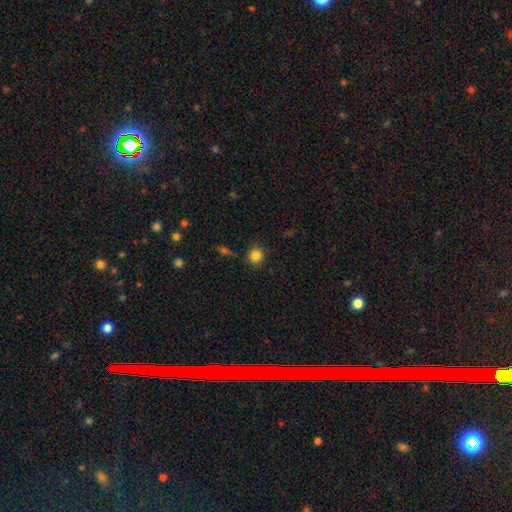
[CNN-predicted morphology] Smooth or featured?
  - smooth: 84% *
  - star or artifact: 11%
  - featured or disk: 5%
How rounded?
  - round: 92% *
  - in between: 7%
  - cigar-shaped: 1%
Merging?
  - none: 88% *
  - minor disturbance: 8%
  - major disturbance: 2%
  - merger: 2%